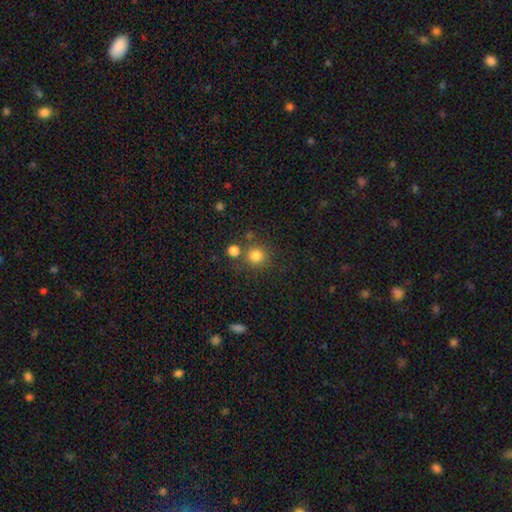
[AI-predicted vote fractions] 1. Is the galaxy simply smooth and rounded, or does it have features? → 81% smooth, 14% star or artifact, 6% featured or disk.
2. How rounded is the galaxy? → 92% round, 8% in between, 1% cigar-shaped.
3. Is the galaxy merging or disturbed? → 76% none, 12% merger, 9% minor disturbance, 4% major disturbance.